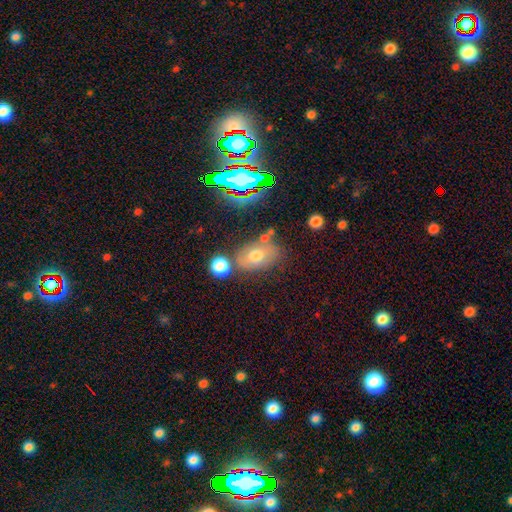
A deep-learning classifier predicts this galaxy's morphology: The model was most divided on "smooth or featured": smooth: 64%, featured or disk: 21%, star or artifact: 15%. More confident: how rounded — in between (82%); merging — none (61%).